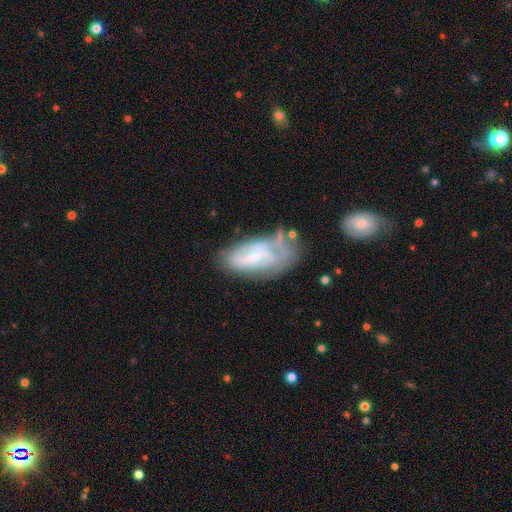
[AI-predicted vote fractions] The model was most divided on "bar": weak: 42%, no: 40%, strong: 19%. Remaining: edge-on disk — no (92%); bulge size — small (63%); smooth or featured — featured or disk (60%); spiral arms — yes (56%); merging — none (32%).